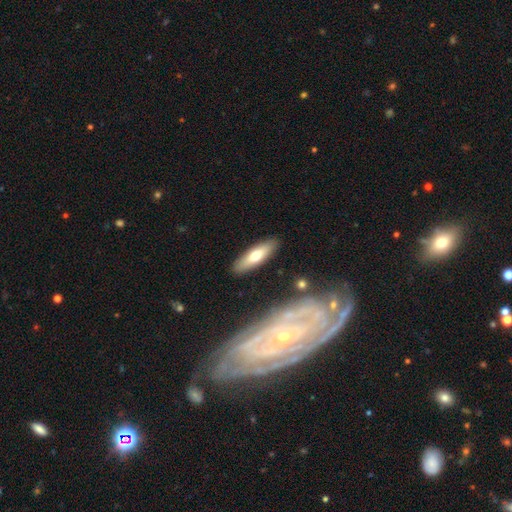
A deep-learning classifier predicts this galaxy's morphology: smooth_or_featured: smooth (p=0.64) [alt: featured or disk p=0.30]
how_rounded: cigar-shaped (p=0.54) [alt: in between p=0.44]
merging: none (p=0.87) [alt: minor disturbance p=0.09]